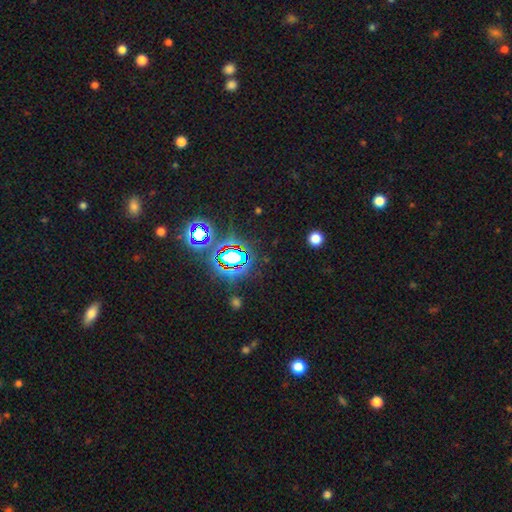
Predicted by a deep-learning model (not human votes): smooth-or-featured: star or artifact: 81% | smooth: 12% | featured or disk: 7%